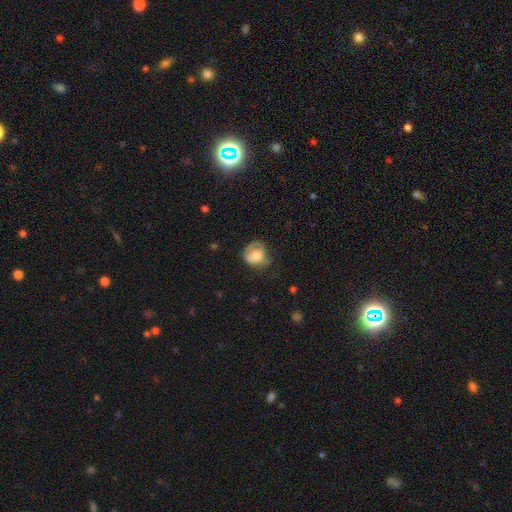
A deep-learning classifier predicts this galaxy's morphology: This appears to be a smooth galaxy with no disk features (70%) that is round (66%). Merging: none (40%).